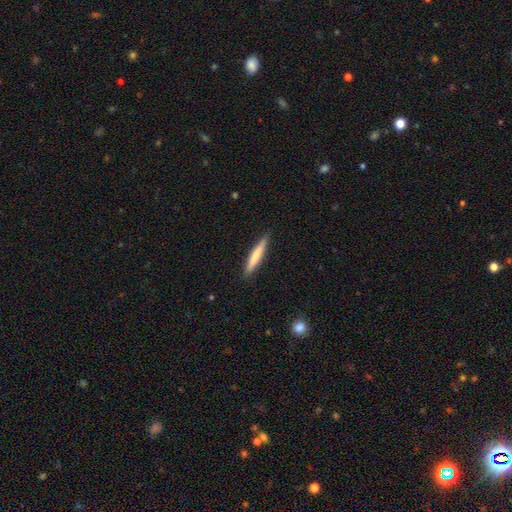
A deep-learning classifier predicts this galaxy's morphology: Overall: smooth (70%). How rounded: cigar-shaped (94%). Merging: none (89%).